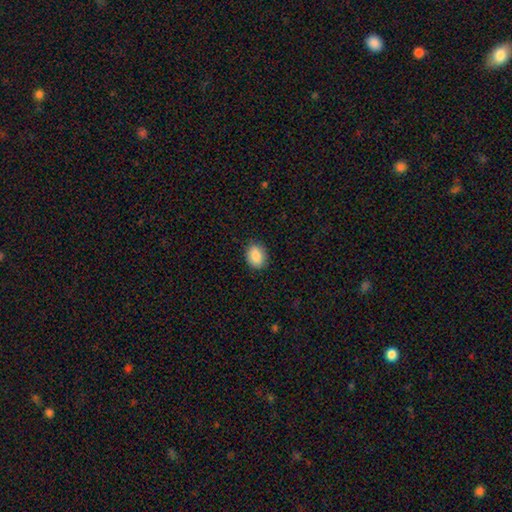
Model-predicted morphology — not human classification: Smooth or featured: smooth — 89% (star or artifact — 7%)
How rounded: in between — 69% (round — 30%)
Merging: none — 87% (minor disturbance — 10%)